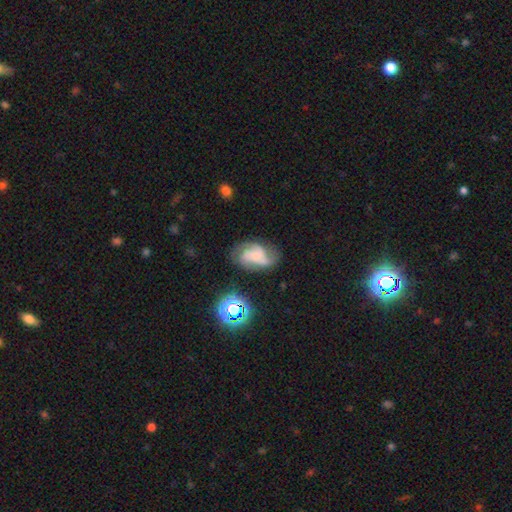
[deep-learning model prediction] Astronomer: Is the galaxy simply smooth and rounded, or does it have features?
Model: featured or disk — 71%.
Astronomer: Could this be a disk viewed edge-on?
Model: no — 97%.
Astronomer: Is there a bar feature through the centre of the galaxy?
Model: no — 63%.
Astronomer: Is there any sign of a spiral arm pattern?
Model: yes — 91%.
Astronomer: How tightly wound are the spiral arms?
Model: medium — 47% (runner-up: loose, 29%).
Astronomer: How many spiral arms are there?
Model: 3 — 38% (runner-up: 2, 29%).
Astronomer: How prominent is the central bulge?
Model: small — 43% (runner-up: none, 33%).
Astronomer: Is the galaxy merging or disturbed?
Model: none — 51%.